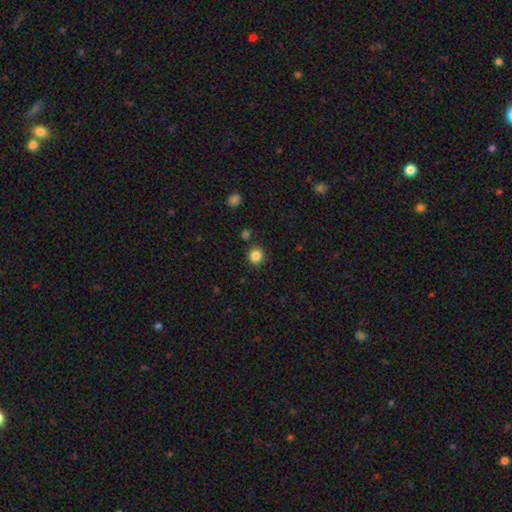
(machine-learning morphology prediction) A smooth galaxy with no disk features (85%) that is round (92%). Merging: none (88%).